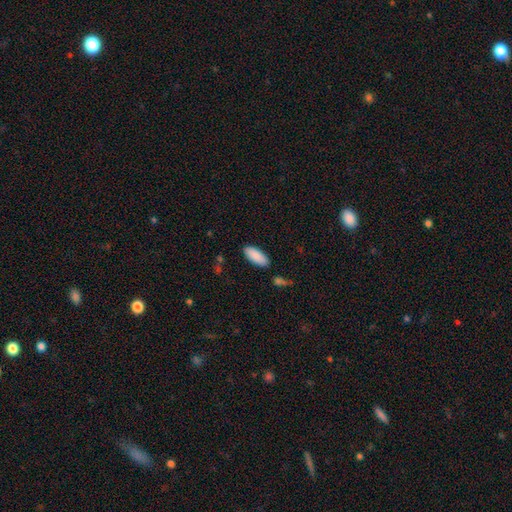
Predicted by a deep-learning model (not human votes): This is clearly a smooth galaxy (89%). How rounded: clearly in between (83%). Merging: clearly none (85%).